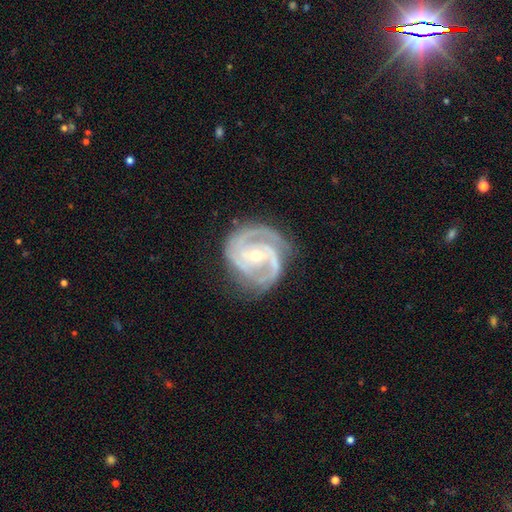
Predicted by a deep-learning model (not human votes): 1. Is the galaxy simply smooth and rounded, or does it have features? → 92% featured or disk, 5% star or artifact, 3% smooth.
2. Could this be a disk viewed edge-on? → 98% no, 2% yes.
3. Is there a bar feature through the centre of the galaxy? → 47% no, 35% weak, 19% strong.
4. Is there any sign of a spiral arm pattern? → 98% yes, 2% no.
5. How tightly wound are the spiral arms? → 54% tight, 40% medium, 6% loose.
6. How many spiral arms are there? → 53% 2, 29% 3, 7% can't tell, 4% 4, 4% 1, 3% more than 4.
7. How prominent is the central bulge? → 59% small, 39% moderate, 1% large, 1% none, 1% dominant.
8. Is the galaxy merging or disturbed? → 73% none, 19% minor disturbance, 7% major disturbance, 1% merger.